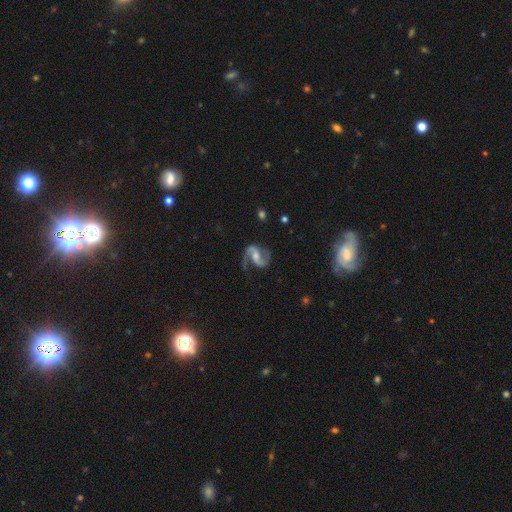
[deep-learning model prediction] This is clearly a featured or disk galaxy (90%). It is clearly not viewed edge-on (98%). Bar: possibly weak (46%). Spiral arm pattern: clearly yes (98%). Spiral arm count: clearly 2 (91%). Spiral winding: possibly medium (52%). Central bulge: possibly moderate (46%). Merging: likely none (72%).